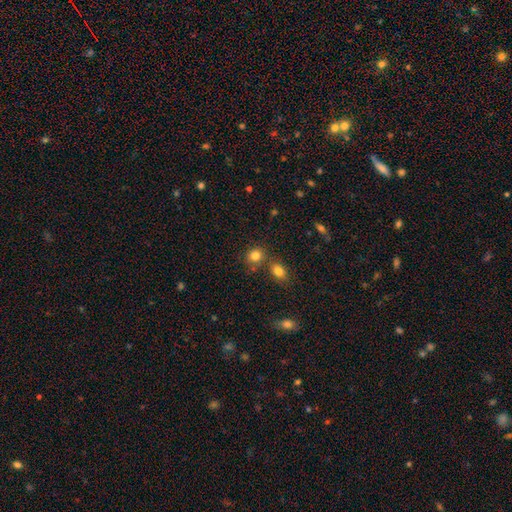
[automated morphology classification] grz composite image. It shows a smooth galaxy with no disk features (82%) that is round (76%). Merging: none (67%).